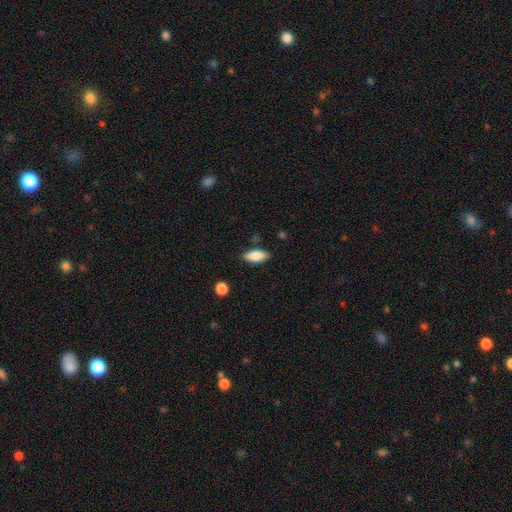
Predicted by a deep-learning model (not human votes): Smooth or featured? smooth (84%)
How rounded? in between (84%)
Merging? none (83%)